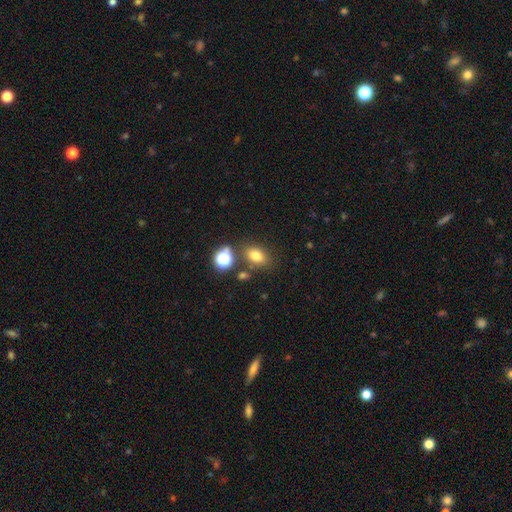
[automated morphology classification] smooth_or_featured: smooth (p=0.76) [alt: star or artifact p=0.15]
how_rounded: in between (p=0.74) [alt: round p=0.25]
merging: none (p=0.73) [alt: minor disturbance p=0.12]